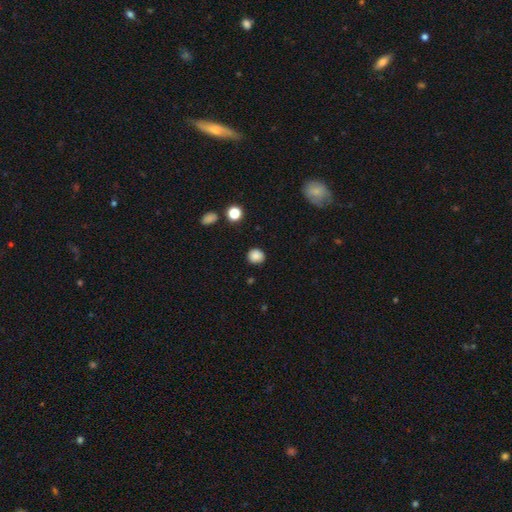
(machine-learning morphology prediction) The model was most divided on "how rounded": round: 83%, in between: 16%, cigar-shaped: 1%. More confident: merging — none (88%); smooth or featured — smooth (86%).